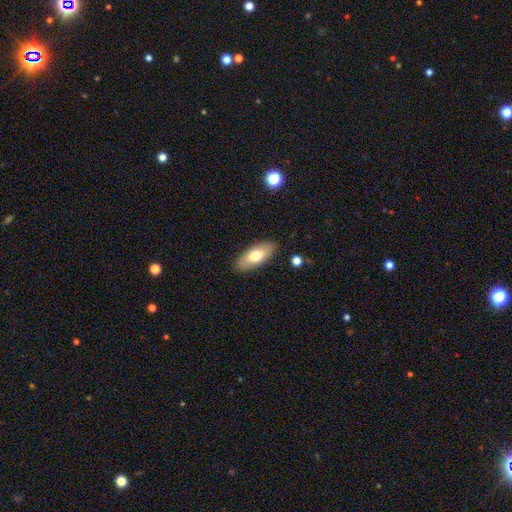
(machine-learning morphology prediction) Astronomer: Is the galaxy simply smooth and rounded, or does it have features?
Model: smooth — 69%.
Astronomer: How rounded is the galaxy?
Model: in between — 87%.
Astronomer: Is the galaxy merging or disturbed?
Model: none — 87%.